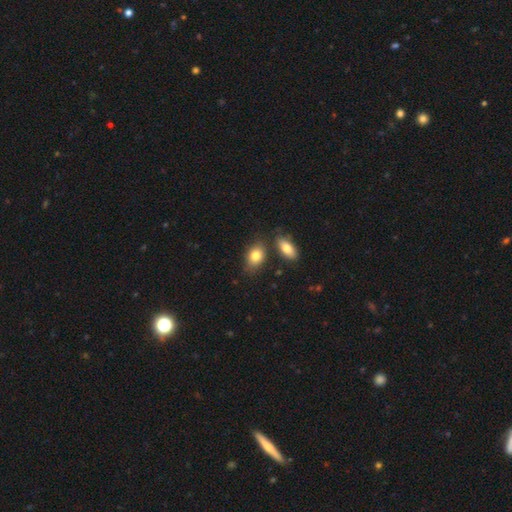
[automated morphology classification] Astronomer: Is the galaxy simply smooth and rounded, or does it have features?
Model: smooth — 82%.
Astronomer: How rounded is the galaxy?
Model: in between — 84%.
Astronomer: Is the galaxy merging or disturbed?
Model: none — 68%.